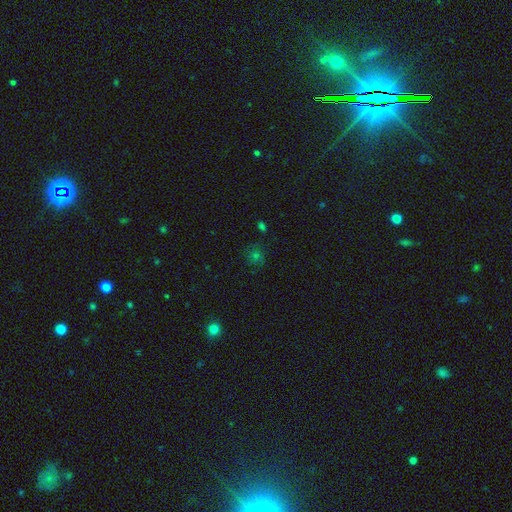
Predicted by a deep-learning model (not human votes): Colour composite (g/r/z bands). It shows a smooth galaxy with no disk features (49%). Merging: none (81%).